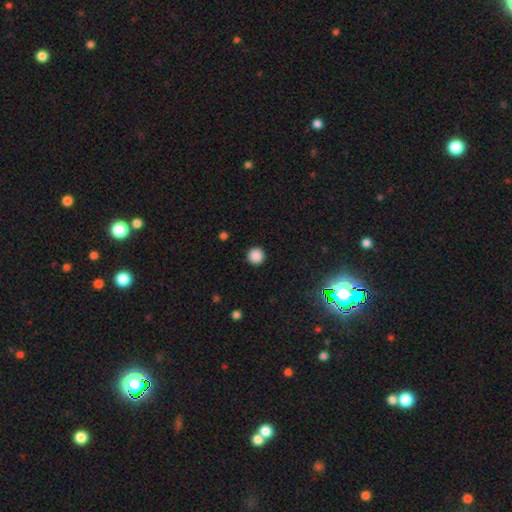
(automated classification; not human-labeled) smooth_or_featured: smooth (p=0.87) [alt: star or artifact p=0.11]
how_rounded: round (p=0.96) [alt: in between p=0.03]
merging: none (p=0.93) [alt: minor disturbance p=0.05]